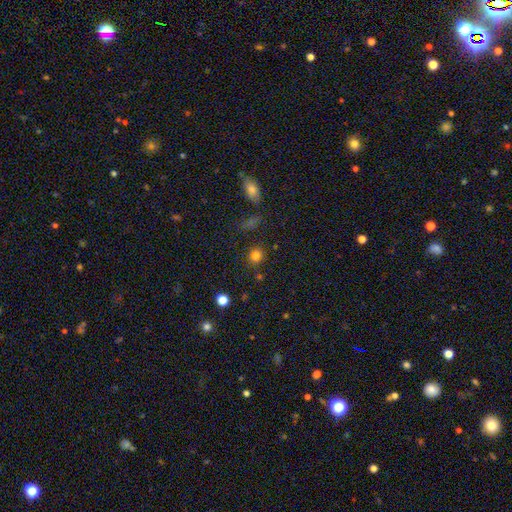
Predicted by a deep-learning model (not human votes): Smooth or featured? Predicted: smooth (p=0.80). How rounded? Predicted: round (p=0.75). Merging? Predicted: none (p=0.83).